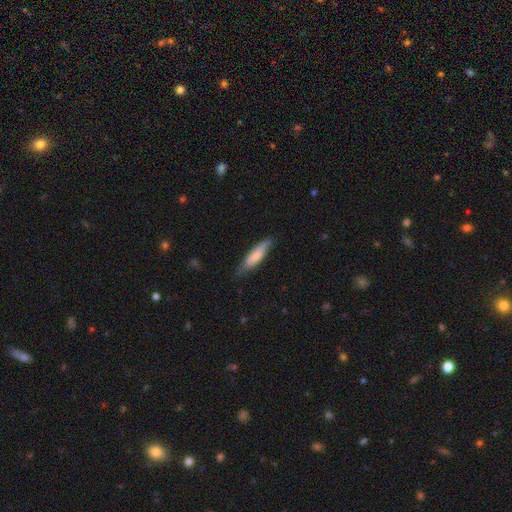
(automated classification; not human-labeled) Smooth or featured: smooth — 74% (featured or disk — 20%)
How rounded: cigar-shaped — 67% (in between — 32%)
Merging: none — 68% (minor disturbance — 26%)